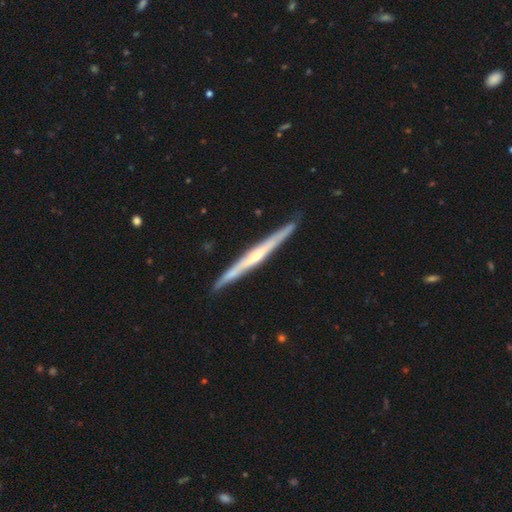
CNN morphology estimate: smooth_or_featured: featured or disk (p=0.77) [alt: smooth p=0.19]
disk_edge_on: yes (p=0.97) [alt: no p=0.03]
edge_on_bulge: rounded (p=0.67) [alt: none p=0.28]
merging: none (p=0.90) [alt: minor disturbance p=0.08]